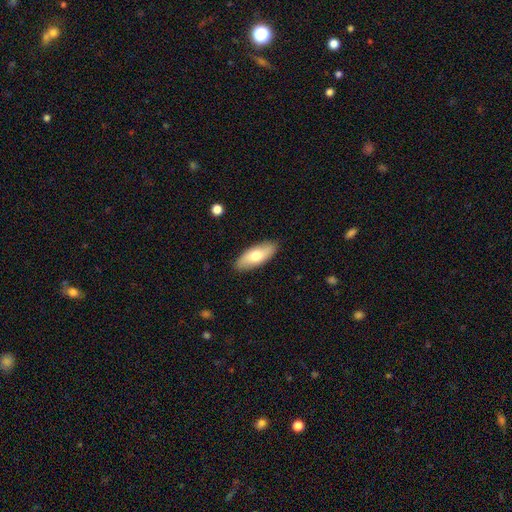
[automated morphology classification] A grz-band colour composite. It shows a smooth galaxy with no disk features (71%) that is in between round and cigar-shaped (78%). Merging: none (89%).